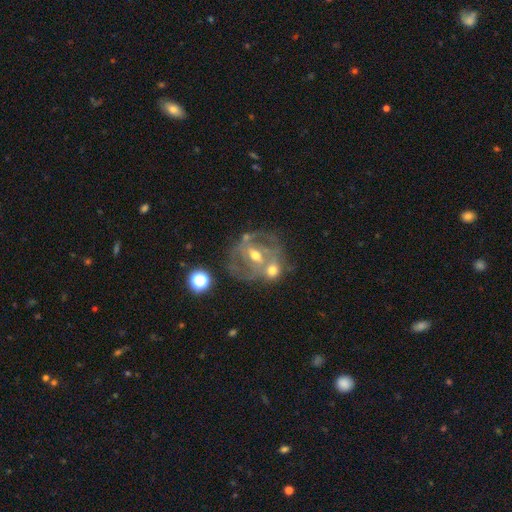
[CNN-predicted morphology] A featured or disk galaxy (71%) with a weak bar (40%), spiral arms (54%) and a moderate central bulge (67%). Merging: none (43%).